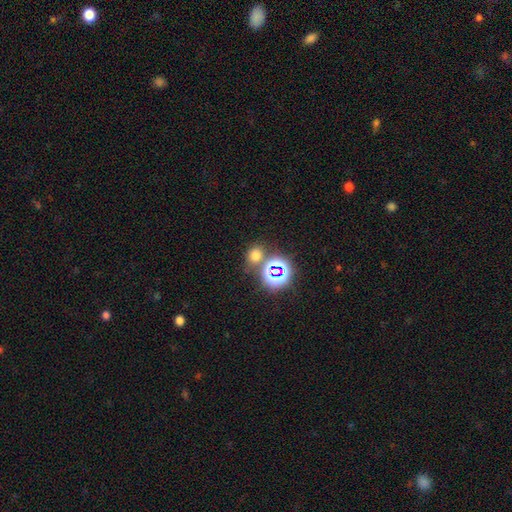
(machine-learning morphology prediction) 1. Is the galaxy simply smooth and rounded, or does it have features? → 63% smooth, 31% star or artifact, 6% featured or disk.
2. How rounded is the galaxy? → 65% round, 34% in between, 1% cigar-shaped.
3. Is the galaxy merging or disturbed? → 70% none, 17% merger, 10% minor disturbance, 4% major disturbance.